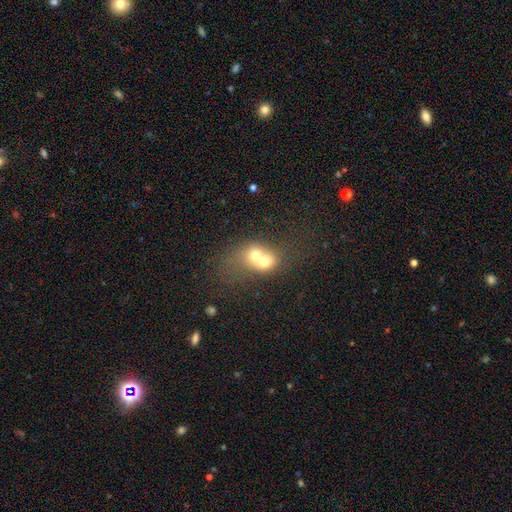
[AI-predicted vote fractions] Smooth or featured: smooth — 62% (featured or disk — 27%)
How rounded: round — 61% (in between — 38%)
Merging: merger — 76% (none — 16%)